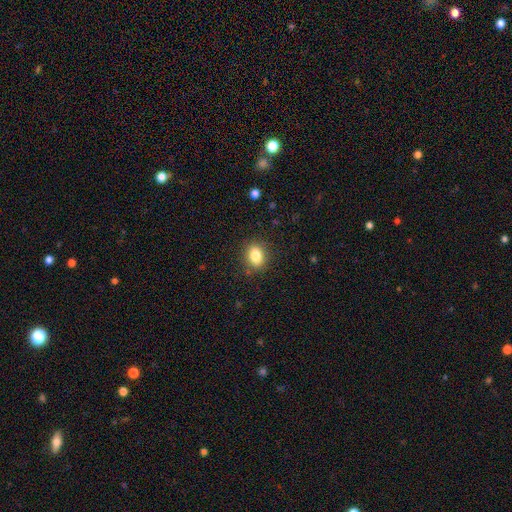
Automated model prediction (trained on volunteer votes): A smooth galaxy with no disk features (83%) that is in between round and cigar-shaped (65%).

Vote fractions:
- Smooth or featured? smooth: 83% / star or artifact: 10% / featured or disk: 7%
- How rounded? in between: 65% / round: 34% / cigar-shaped: 1%
- Merging? none: 85% / minor disturbance: 10% / major disturbance: 3% / merger: 1%